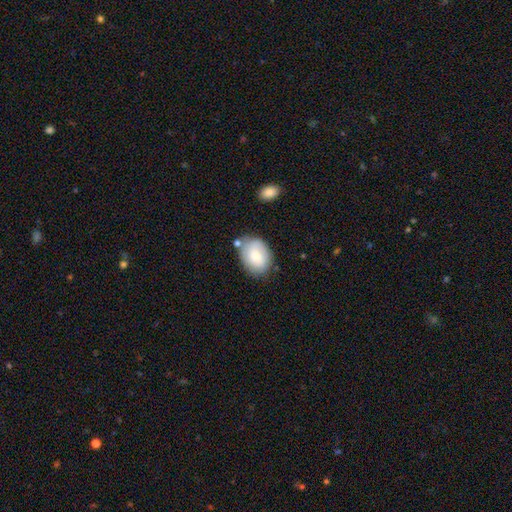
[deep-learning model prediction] A smooth galaxy with no disk features (74%) that is in between round and cigar-shaped (75%). Merging: none (67%).